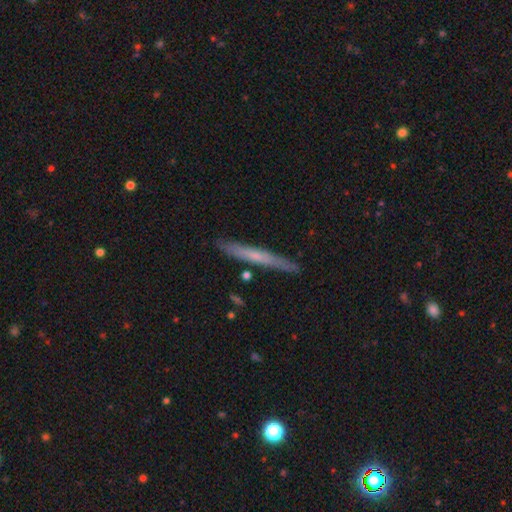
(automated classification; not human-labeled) smooth_or_featured: smooth (p=0.50) [alt: featured or disk p=0.44]
merging: none (p=0.87) [alt: minor disturbance p=0.09]